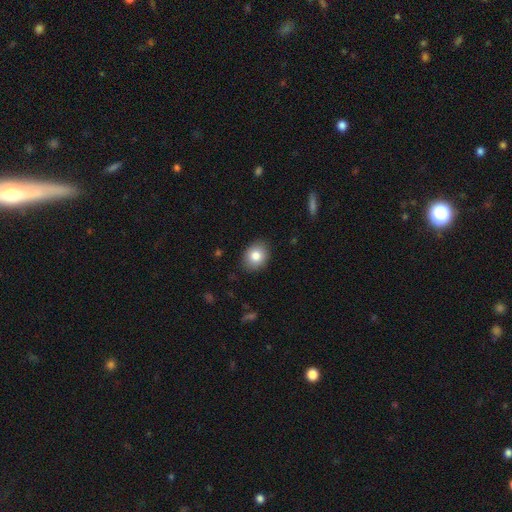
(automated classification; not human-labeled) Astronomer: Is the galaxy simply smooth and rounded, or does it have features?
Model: smooth — 82%.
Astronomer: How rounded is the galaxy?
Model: in between — 54% (runner-up: round, 45%).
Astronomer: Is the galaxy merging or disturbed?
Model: none — 88%.